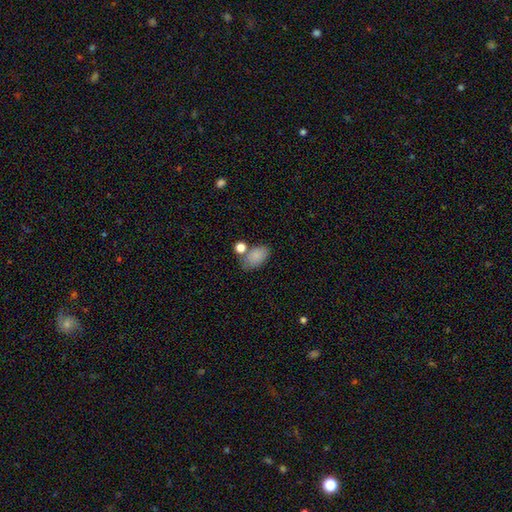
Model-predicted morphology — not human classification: A smooth galaxy with no disk features (84%) that is in between round and cigar-shaped (89%). Merging: none (61%).